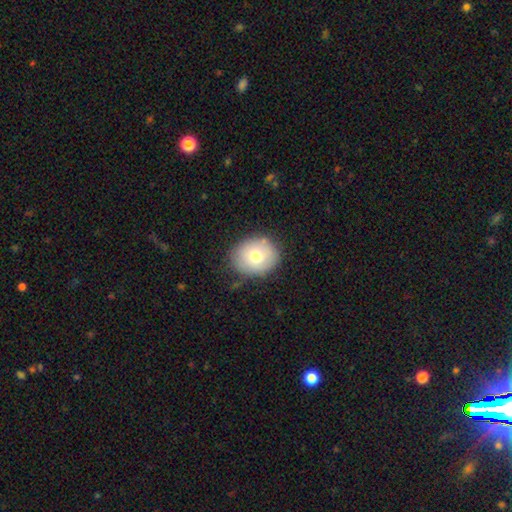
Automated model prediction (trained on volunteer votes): Smooth or featured?
  - smooth: 72% *
  - featured or disk: 19%
  - star or artifact: 9%
How rounded?
  - round: 59% *
  - in between: 40%
  - cigar-shaped: 1%
Merging?
  - none: 78% *
  - minor disturbance: 16%
  - major disturbance: 4%
  - merger: 2%